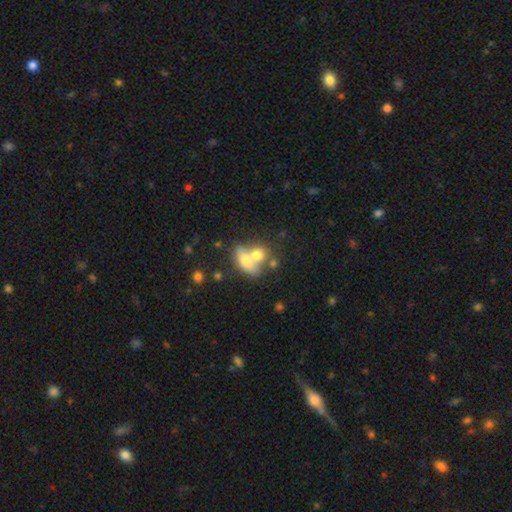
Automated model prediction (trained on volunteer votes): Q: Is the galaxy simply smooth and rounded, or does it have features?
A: smooth — 65%.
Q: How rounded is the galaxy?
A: in between — 64%.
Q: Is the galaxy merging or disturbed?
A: merger — 59%.